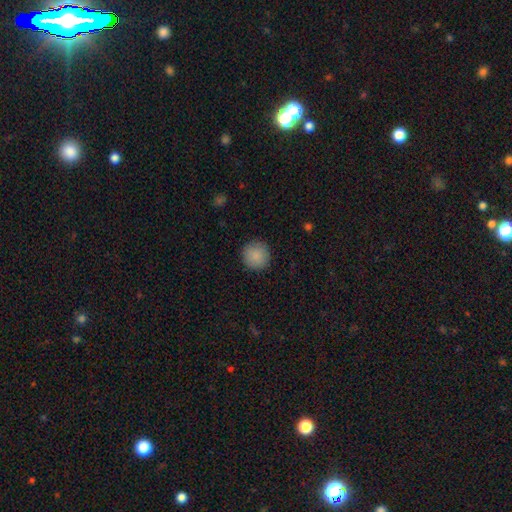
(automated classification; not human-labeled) Morphology: type=smooth (89%); roundness=round (94%); merging=none (90%).